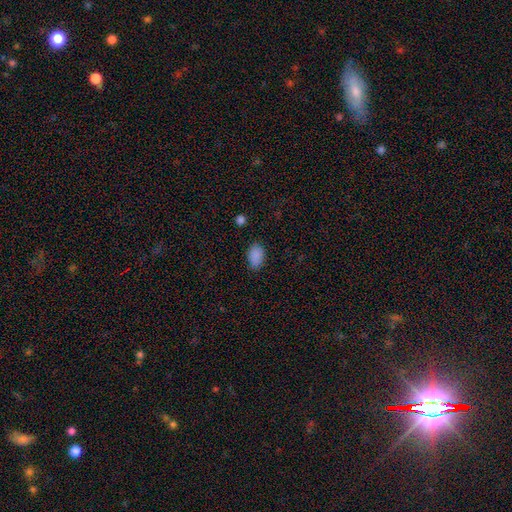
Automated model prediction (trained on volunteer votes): A smooth galaxy with no disk features (88%) that is in between round and cigar-shaped (90%). Merging: none (83%).